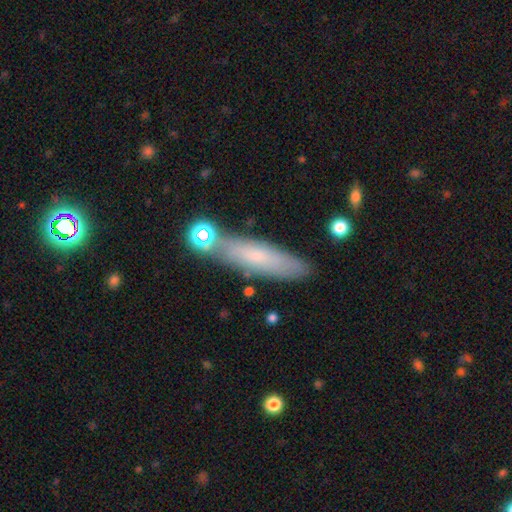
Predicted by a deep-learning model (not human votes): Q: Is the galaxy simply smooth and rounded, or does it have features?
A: smooth — 64%.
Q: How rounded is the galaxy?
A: cigar-shaped — 74%.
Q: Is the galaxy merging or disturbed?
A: none — 73%.